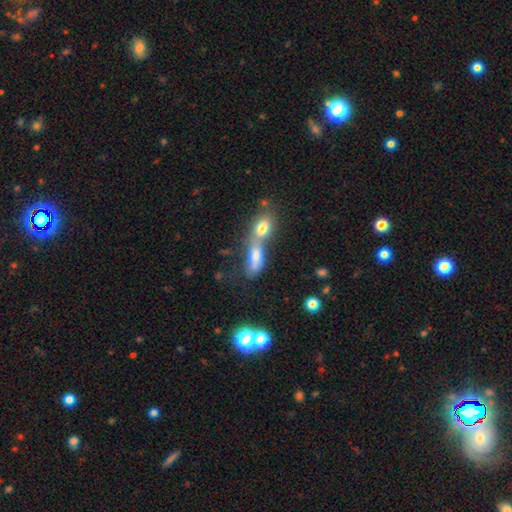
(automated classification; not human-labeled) Smooth or featured?
  - smooth: 57% *
  - featured or disk: 25%
  - star or artifact: 18%
How rounded?
  - in between: 47% *
  - cigar-shaped: 29%
  - round: 24%
Merging?
  - merger: 65% *
  - none: 23%
  - minor disturbance: 7%
  - major disturbance: 6%